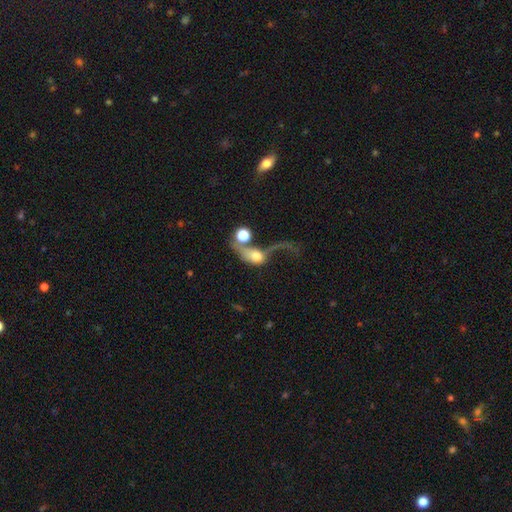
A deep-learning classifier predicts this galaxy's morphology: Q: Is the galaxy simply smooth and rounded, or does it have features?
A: smooth — 49%.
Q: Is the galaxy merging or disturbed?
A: major disturbance — 43%.